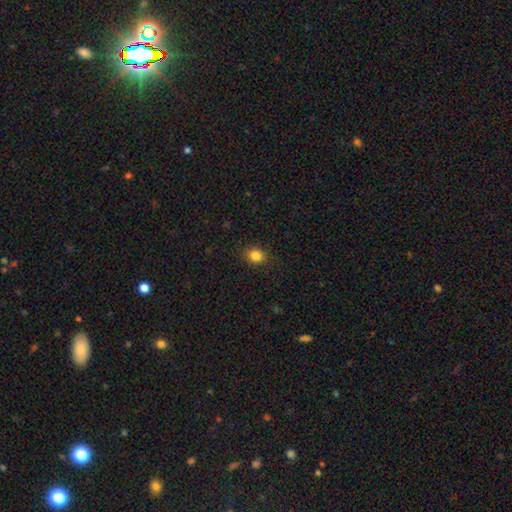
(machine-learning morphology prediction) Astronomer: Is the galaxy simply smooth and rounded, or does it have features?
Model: smooth — 84%.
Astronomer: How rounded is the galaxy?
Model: round — 65%.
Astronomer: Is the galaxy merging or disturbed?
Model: none — 89%.